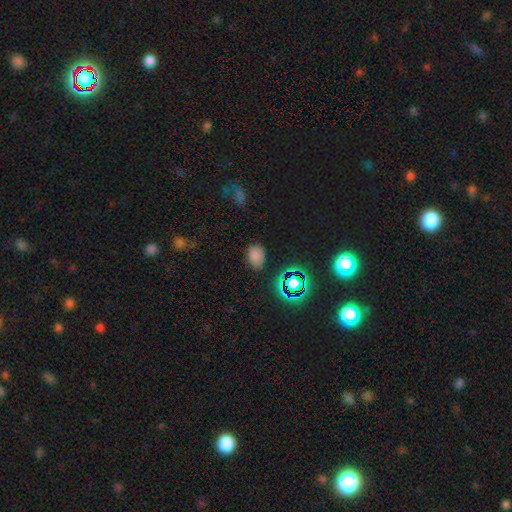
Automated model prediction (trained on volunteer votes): The model was most divided on "how rounded": in between: 69%, round: 29%, cigar-shaped: 1%. More confident: merging — none (82%); smooth or featured — smooth (70%).